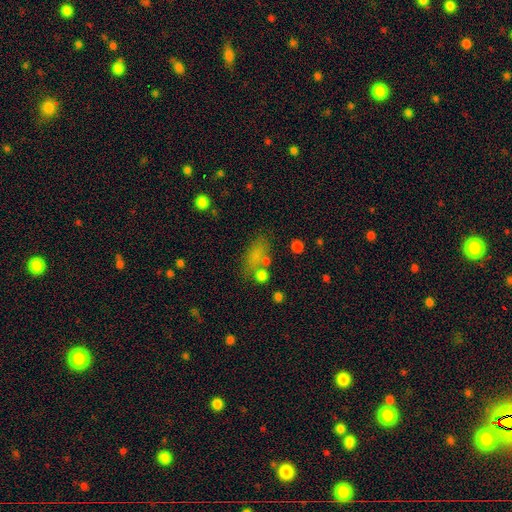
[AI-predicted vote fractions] Overall: smooth (69%). How rounded: in between (78%). Merging: none (59%).